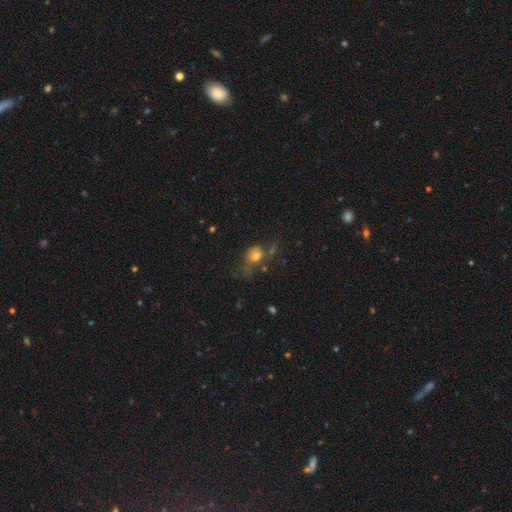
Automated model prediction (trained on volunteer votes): Overall: smooth (67%). How rounded: round (53%; in between 45%). Merging: major disturbance (38%; none 28%).